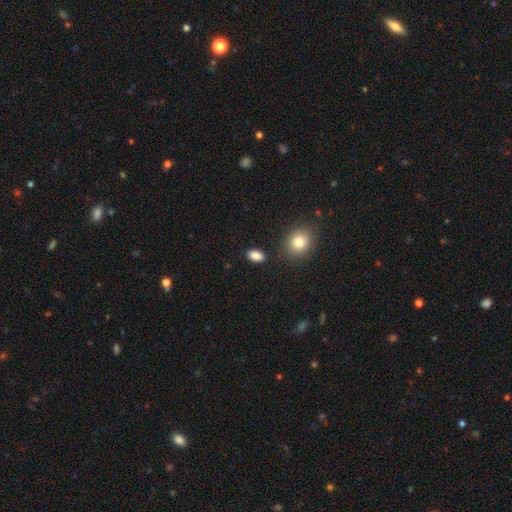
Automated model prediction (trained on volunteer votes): smooth_or_featured: smooth (p=0.87) [alt: star or artifact p=0.09]
how_rounded: in between (p=0.85) [alt: round p=0.13]
merging: none (p=0.86) [alt: minor disturbance p=0.09]